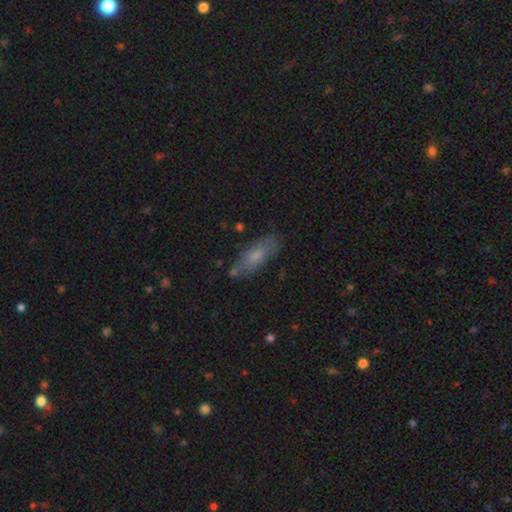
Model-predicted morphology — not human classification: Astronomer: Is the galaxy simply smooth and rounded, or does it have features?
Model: smooth — 64%.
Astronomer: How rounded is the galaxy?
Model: in between — 63%.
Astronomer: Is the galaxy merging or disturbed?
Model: none — 71%.